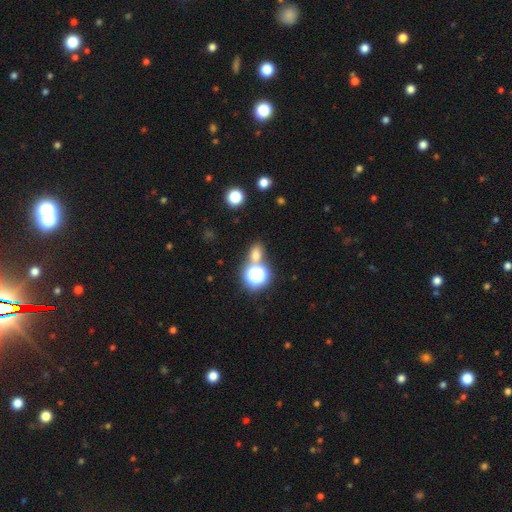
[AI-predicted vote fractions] A smooth galaxy with no disk features (66%) that is in between round and cigar-shaped (53%).

Vote fractions:
- Smooth or featured? smooth: 66% / star or artifact: 26% / featured or disk: 8%
- How rounded? in between: 53% / round: 45% / cigar-shaped: 2%
- Merging? none: 66% / merger: 20% / minor disturbance: 10% / major disturbance: 4%